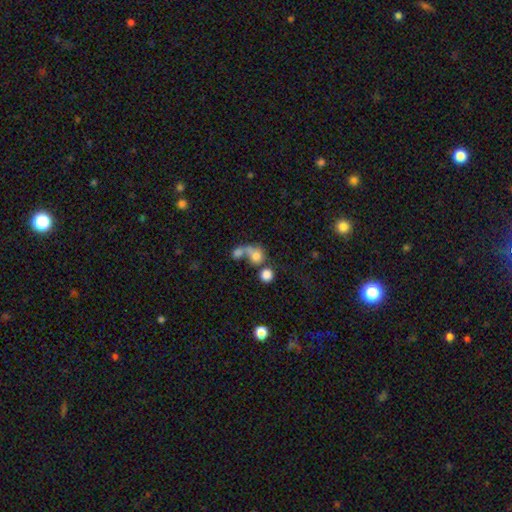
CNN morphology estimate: Smooth or featured? Predicted: smooth (p=0.71). How rounded? Predicted: round (p=0.72). Merging? Predicted: merger (p=0.55).